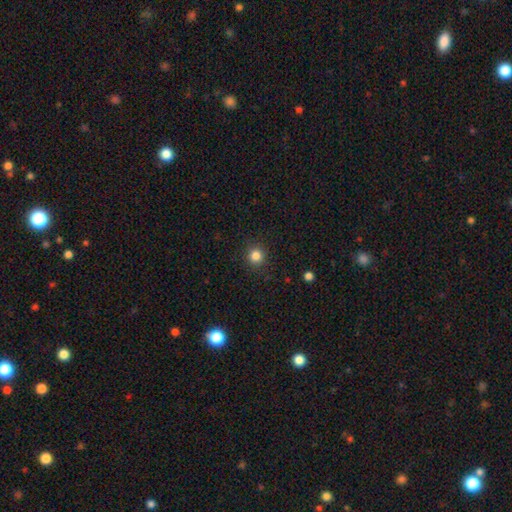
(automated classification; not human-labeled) smooth-or-featured: smooth: 84% | star or artifact: 12% | featured or disk: 4%
  how-rounded: round: 93% | in between: 6% | cigar-shaped: 1%
  merging: none: 91% | minor disturbance: 6% | major disturbance: 2% | merger: 1%